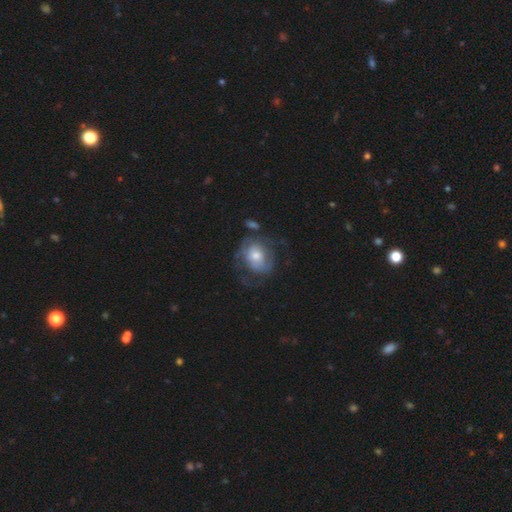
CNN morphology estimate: Smooth or featured?
  - featured or disk: 56% *
  - smooth: 36%
  - star or artifact: 8%
Edge-on disk?
  - no: 96% *
  - yes: 4%
Bar?
  - no: 74% *
  - weak: 21%
  - strong: 5%
Spiral arms?
  - yes: 59% *
  - no: 41%
Bulge size?
  - moderate: 58% *
  - small: 29%
  - large: 10%
  - none: 2%
  - dominant: 1%
Merging?
  - none: 45% *
  - major disturbance: 27%
  - minor disturbance: 23%
  - merger: 5%